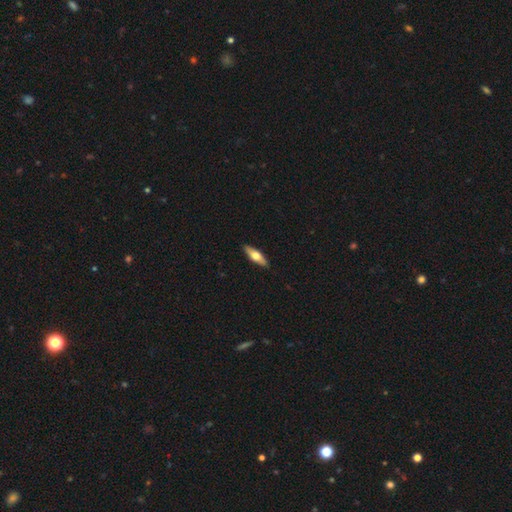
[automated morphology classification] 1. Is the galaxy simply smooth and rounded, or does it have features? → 52% smooth, 43% featured or disk, 5% star or artifact.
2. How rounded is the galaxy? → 51% cigar-shaped, 46% in between, 2% round.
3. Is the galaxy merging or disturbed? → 90% none, 8% minor disturbance, 2% major disturbance, 1% merger.